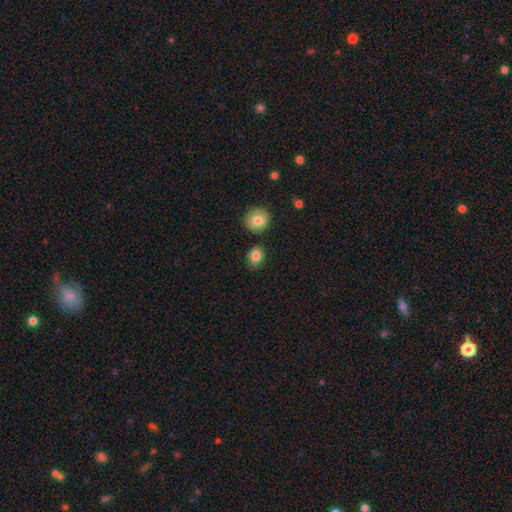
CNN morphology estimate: This is clearly a smooth galaxy (84%). How rounded: possibly in between (50%). Merging: clearly none (81%).